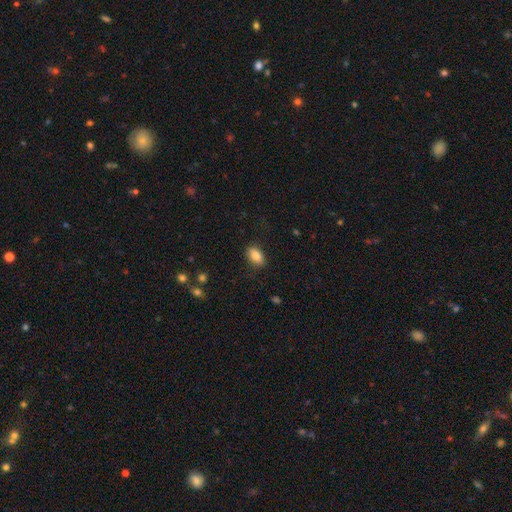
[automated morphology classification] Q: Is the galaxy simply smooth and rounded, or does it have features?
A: smooth — 84%.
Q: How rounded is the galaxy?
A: in between — 90%.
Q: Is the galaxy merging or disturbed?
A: none — 86%.